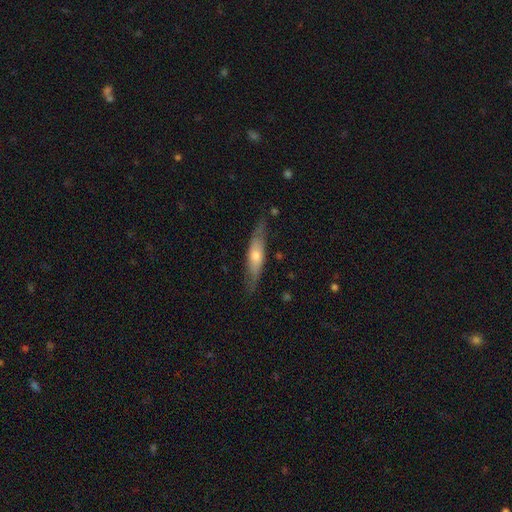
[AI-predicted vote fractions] Overall: featured or disk (51%; smooth 43%). Edge-on disk: yes (78%). Merging: none (79%).